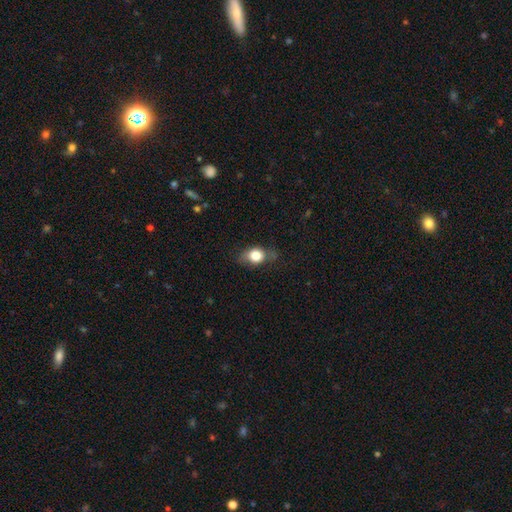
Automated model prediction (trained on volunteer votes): Smooth or featured: smooth — 74% (featured or disk — 17%)
How rounded: in between — 59% (round — 38%)
Merging: none — 63% (minor disturbance — 27%)